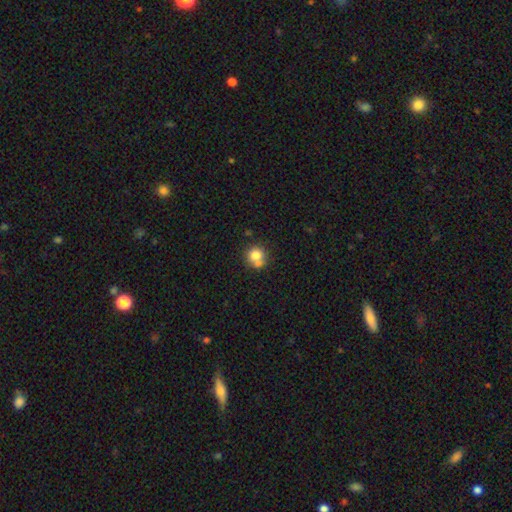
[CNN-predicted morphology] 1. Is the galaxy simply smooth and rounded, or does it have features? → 77% smooth, 13% featured or disk, 10% star or artifact.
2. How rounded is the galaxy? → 86% round, 13% in between, 1% cigar-shaped.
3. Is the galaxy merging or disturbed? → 51% none, 31% merger, 13% minor disturbance, 5% major disturbance.